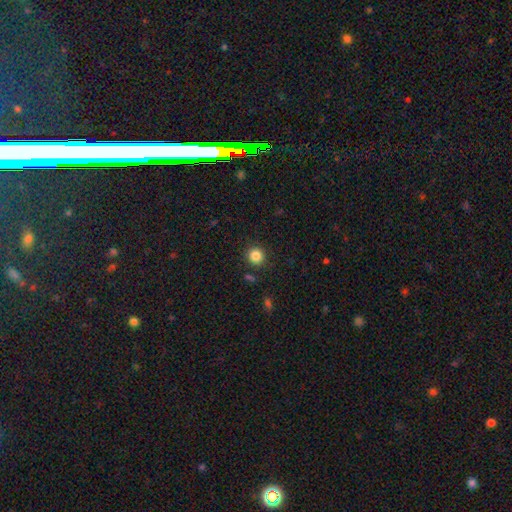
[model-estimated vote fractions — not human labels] Morphology: type=smooth (85%); roundness=round (93%); merging=none (89%).